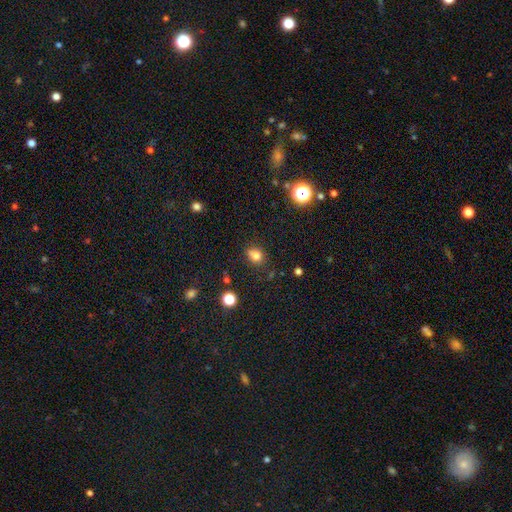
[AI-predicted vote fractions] Q: Smooth or featured?
A: smooth (76%); runner-up: star or artifact (16%)
Q: How rounded?
A: round (63%); runner-up: in between (36%)
Q: Merging?
A: none (64%); runner-up: minor disturbance (19%)